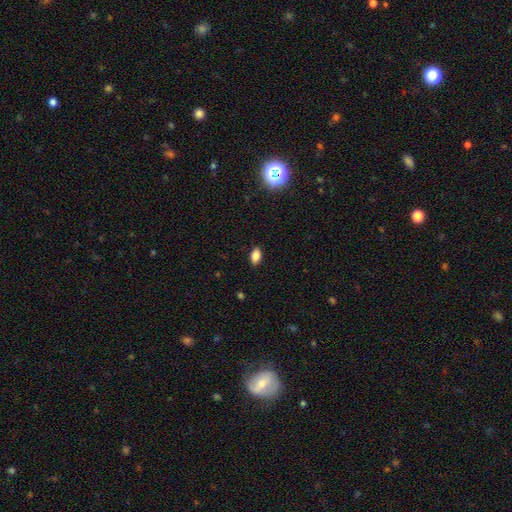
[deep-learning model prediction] Smooth or featured? smooth (83%)
How rounded? in between (89%)
Merging? none (88%)